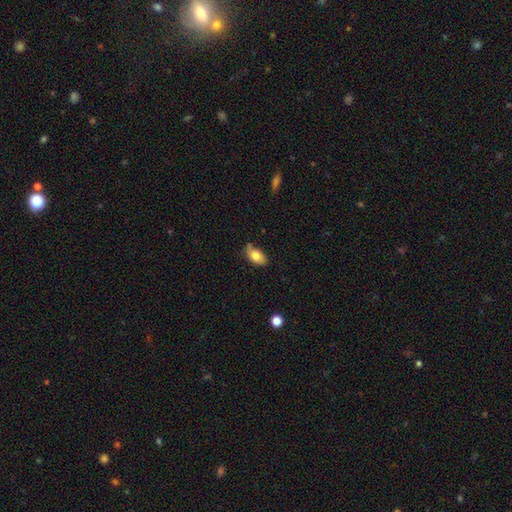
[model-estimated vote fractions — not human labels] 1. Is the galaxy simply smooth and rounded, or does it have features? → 78% smooth, 14% featured or disk, 7% star or artifact.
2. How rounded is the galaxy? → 91% in between, 6% round, 2% cigar-shaped.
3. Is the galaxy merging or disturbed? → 66% none, 27% minor disturbance, 5% major disturbance, 3% merger.